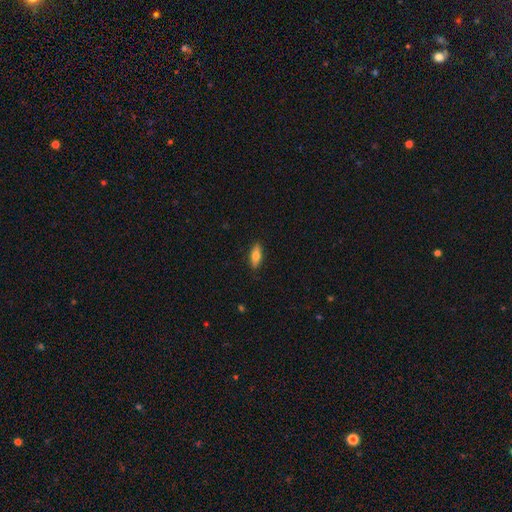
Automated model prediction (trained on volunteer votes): Overall: smooth (76%). How rounded: in between (72%). Merging: none (88%).